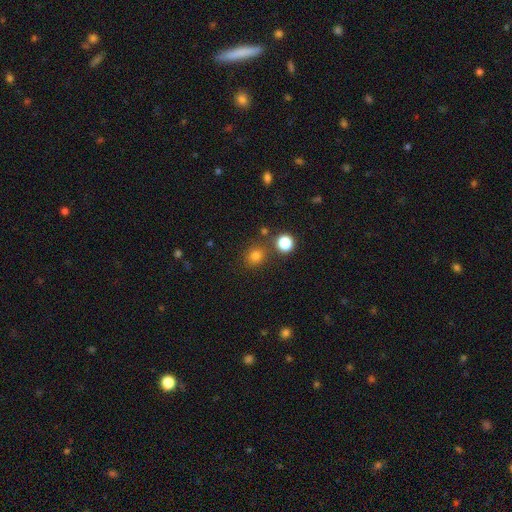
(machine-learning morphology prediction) A smooth galaxy with no disk features (78%) that is round (79%).

Vote fractions:
- Smooth or featured? smooth: 78% / star or artifact: 17% / featured or disk: 5%
- How rounded? round: 79% / in between: 20% / cigar-shaped: 1%
- Merging? none: 79% / minor disturbance: 10% / merger: 8% / major disturbance: 3%